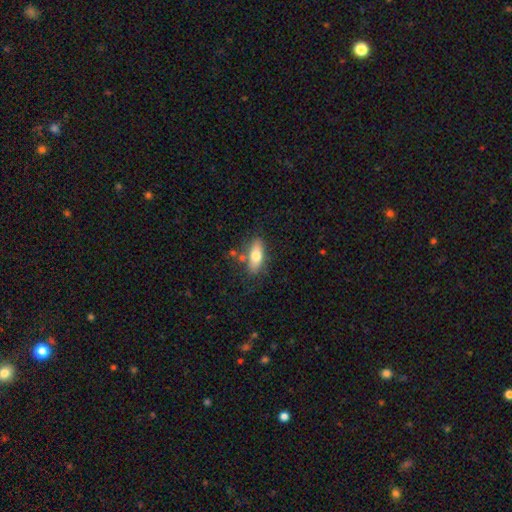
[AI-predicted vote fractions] smooth_or_featured: smooth (p=0.69) [alt: featured or disk p=0.25]
how_rounded: in between (p=0.73) [alt: cigar-shaped p=0.23]
merging: none (p=0.73) [alt: minor disturbance p=0.16]